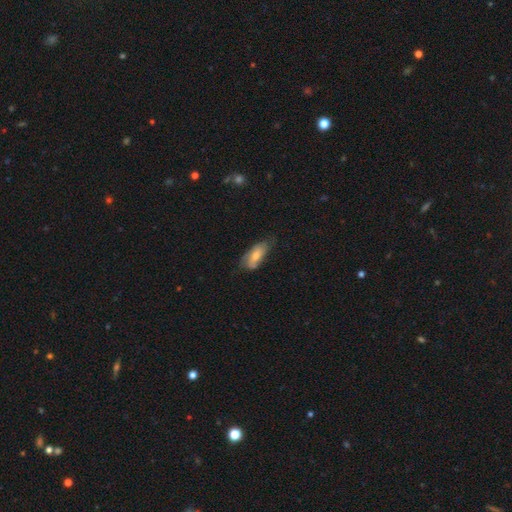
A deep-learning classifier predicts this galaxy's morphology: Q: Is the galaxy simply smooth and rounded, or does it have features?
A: smooth — 64%.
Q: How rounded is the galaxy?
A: in between — 82%.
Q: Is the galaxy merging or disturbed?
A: none — 54%.